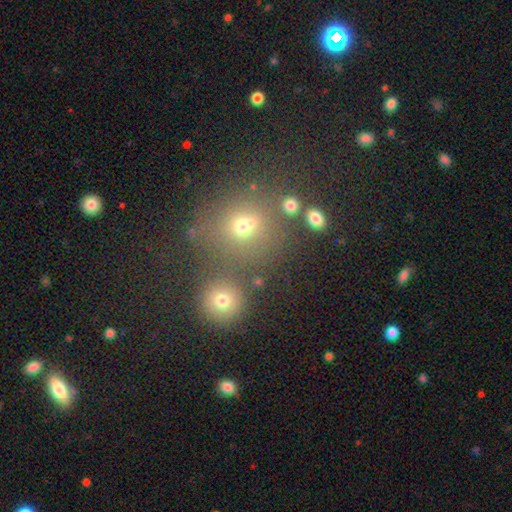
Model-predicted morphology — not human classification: Q: Smooth or featured?
A: smooth (58%); runner-up: star or artifact (31%)
Q: How rounded?
A: round (83%); runner-up: in between (16%)
Q: Merging?
A: none (69%); runner-up: merger (15%)